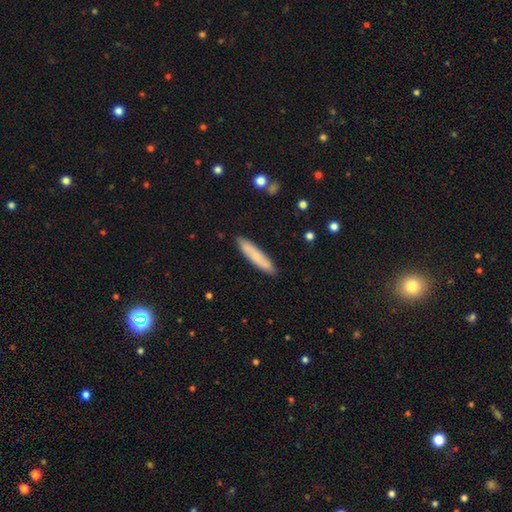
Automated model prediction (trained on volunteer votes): Smooth or featured? Predicted: smooth (p=0.76). How rounded? Predicted: cigar-shaped (p=0.87). Merging? Predicted: none (p=0.89).